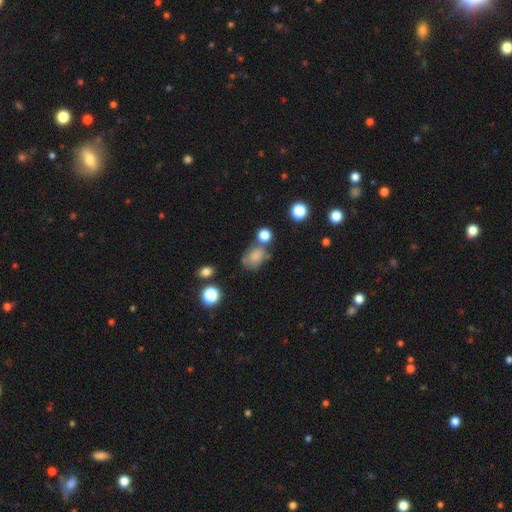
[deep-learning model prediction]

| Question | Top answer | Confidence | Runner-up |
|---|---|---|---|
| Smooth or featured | smooth | 74% | featured or disk (13%) |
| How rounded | in between | 66% | round (33%) |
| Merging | none | 46% | minor disturbance (23%) |